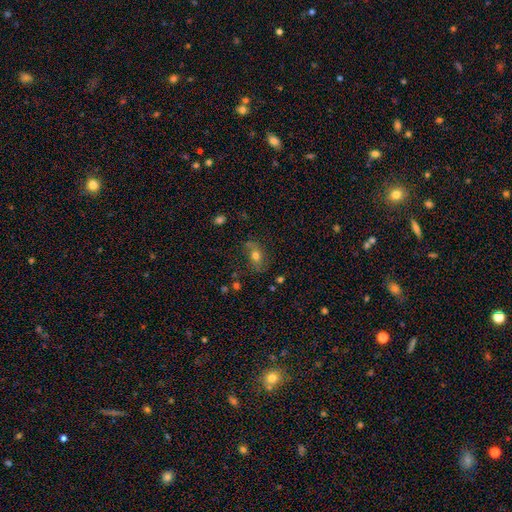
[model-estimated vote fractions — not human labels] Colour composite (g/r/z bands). It shows a smooth galaxy with no disk features (60%) that is in between round and cigar-shaped (73%). Merging: none (64%).